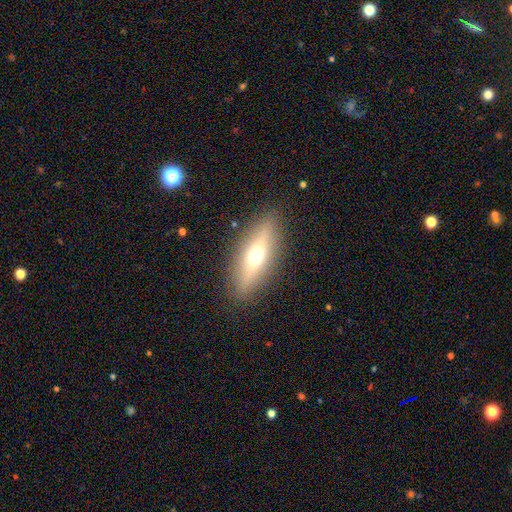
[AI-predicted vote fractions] Morphology: type=featured or disk (47%); merging=none (88%).